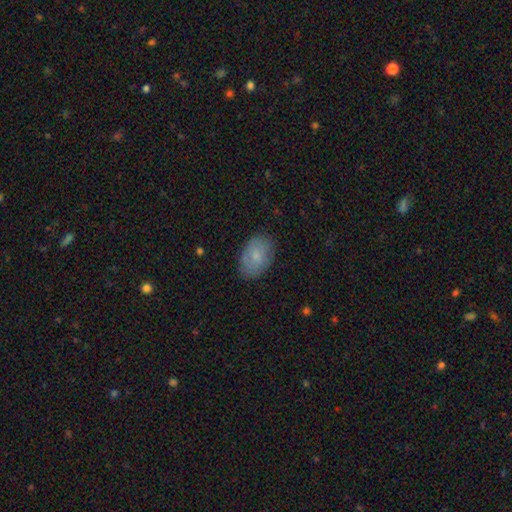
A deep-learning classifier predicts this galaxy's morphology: smooth_or_featured: smooth (p=0.74) [alt: featured or disk p=0.19]
how_rounded: in between (p=0.89) [alt: round p=0.10]
merging: none (p=0.80) [alt: minor disturbance p=0.15]